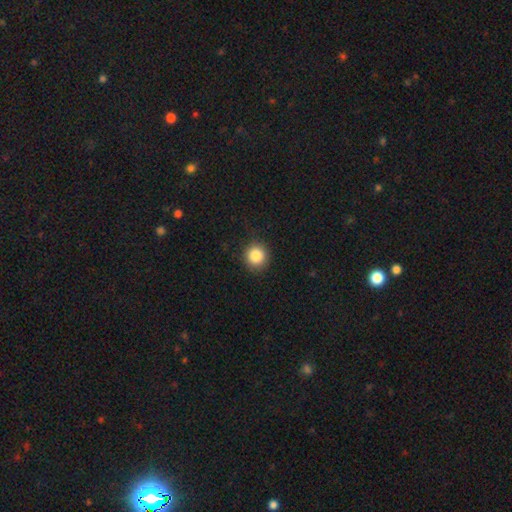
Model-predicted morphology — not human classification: smooth 85%, star or artifact 10%, featured or disk 5%. Down the decision tree: how rounded — round (92%); merging — none (90%).